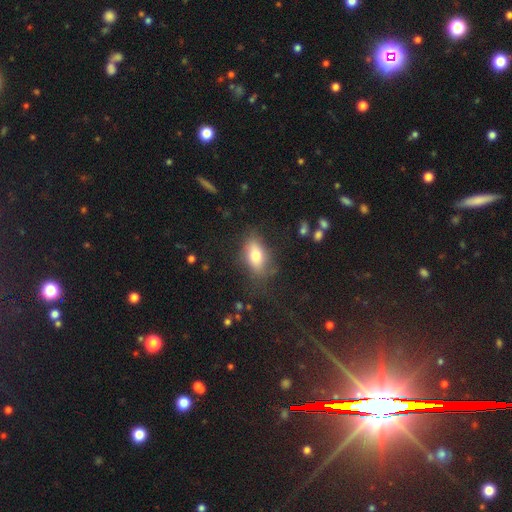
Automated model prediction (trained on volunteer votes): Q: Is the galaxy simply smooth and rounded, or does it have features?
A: smooth — 73%.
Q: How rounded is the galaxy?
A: in between — 86%.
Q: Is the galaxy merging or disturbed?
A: none — 65%.